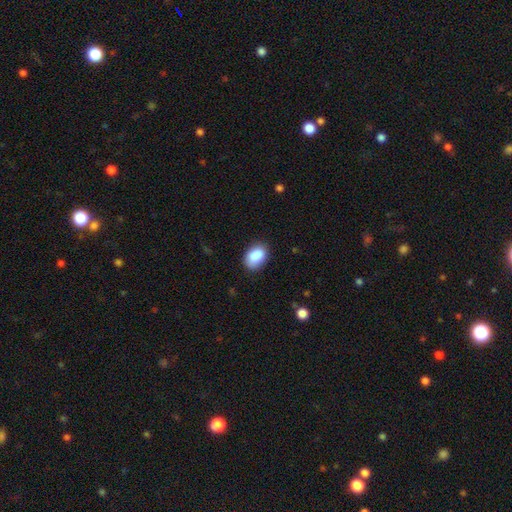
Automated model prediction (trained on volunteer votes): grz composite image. It shows a smooth galaxy with no disk features (88%) that is in between round and cigar-shaped (85%). Merging: none (80%).